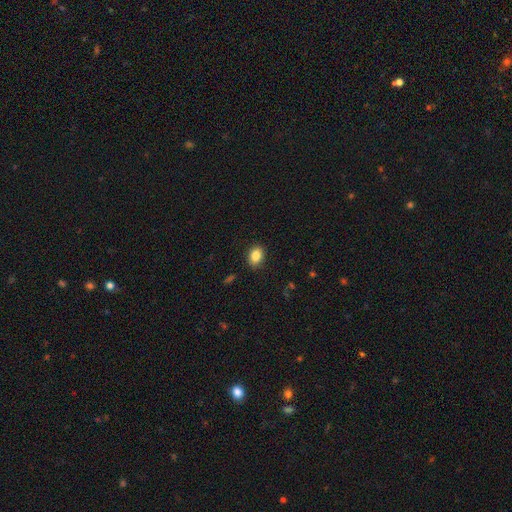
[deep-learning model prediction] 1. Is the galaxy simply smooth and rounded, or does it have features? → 85% smooth, 9% star or artifact, 6% featured or disk.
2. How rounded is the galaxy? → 71% in between, 28% round, 1% cigar-shaped.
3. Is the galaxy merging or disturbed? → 88% none, 8% minor disturbance, 2% major disturbance, 1% merger.